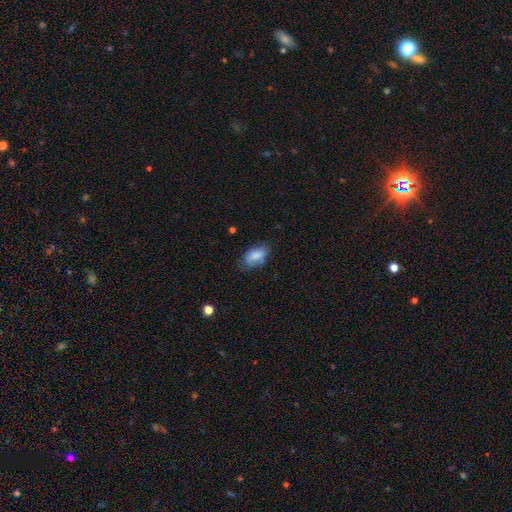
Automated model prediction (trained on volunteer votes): Q: Smooth or featured?
A: smooth (81%); runner-up: featured or disk (12%)
Q: How rounded?
A: in between (92%); runner-up: round (5%)
Q: Merging?
A: none (64%); runner-up: minor disturbance (26%)